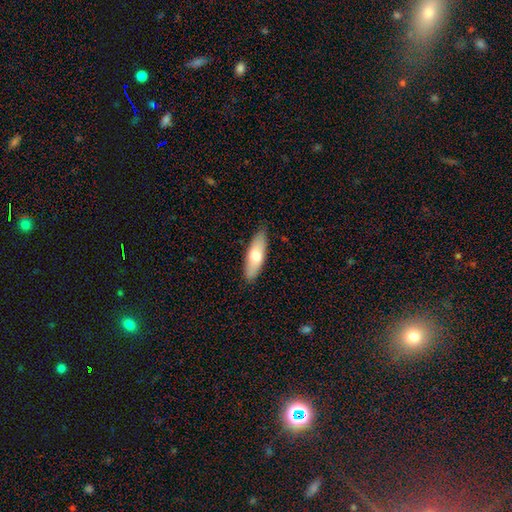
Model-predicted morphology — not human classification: A smooth galaxy with no disk features (69%) that is in between round and cigar-shaped (55%). Merging: none (87%).